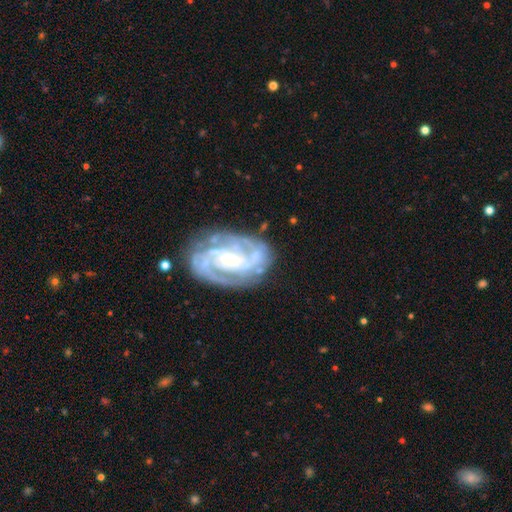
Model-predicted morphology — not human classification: Smooth or featured? Predicted: featured or disk (p=0.88). Edge-on disk? Predicted: no (p=0.97). Bar? Predicted: no (p=0.41). Spiral arms? Predicted: yes (p=0.96). Spiral winding? Predicted: tight (p=0.53). Spiral arm count? Predicted: 2 (p=0.40). Bulge size? Predicted: small (p=0.52). Merging? Predicted: none (p=0.69).